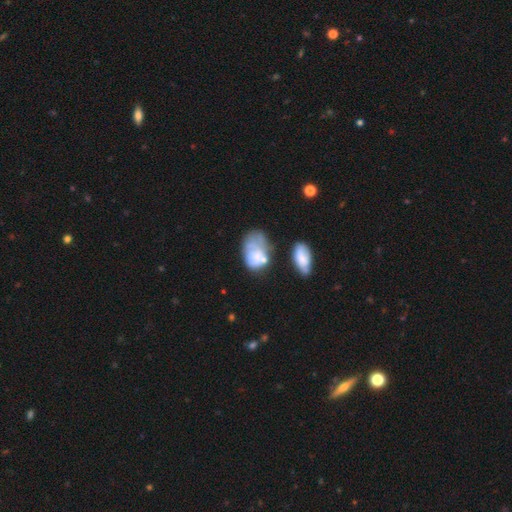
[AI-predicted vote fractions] smooth-or-featured: smooth: 60% | featured or disk: 31% | star or artifact: 9%
  how-rounded: in between: 84% | round: 15% | cigar-shaped: 1%
  merging: major disturbance: 29% | minor disturbance: 27% | none: 25% | merger: 20%